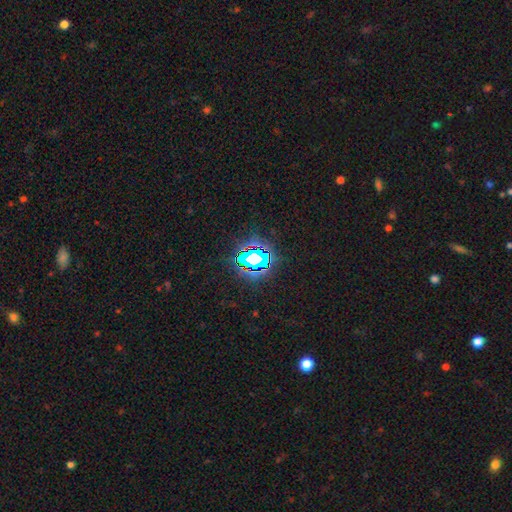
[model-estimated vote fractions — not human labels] A star or artifact, not a galaxy (75%).